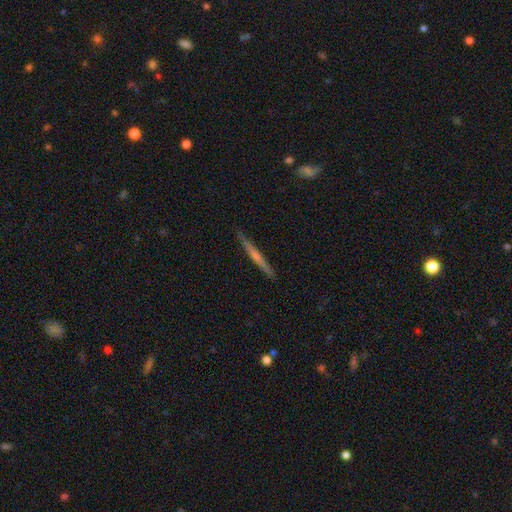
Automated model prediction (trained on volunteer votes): The model was most divided on "edge-on bulge": rounded: 62%, none: 30%, boxy: 8%. More confident: edge-on disk — yes (96%); merging — none (89%); smooth or featured — featured or disk (63%).